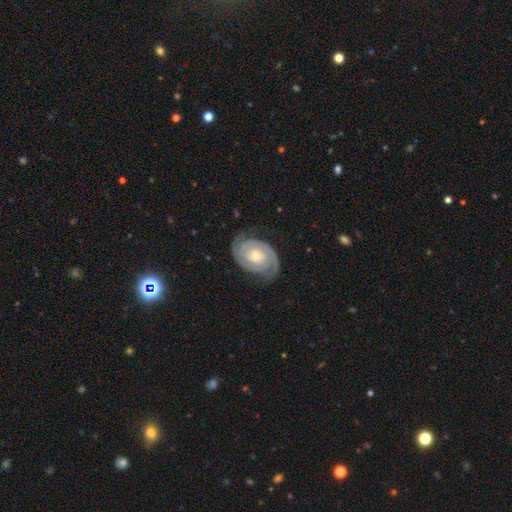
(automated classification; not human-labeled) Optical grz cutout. It shows a featured or disk galaxy (88%) with no bar (71%), 2 (89%) tight (70%) spiral arms (97%) and a small central bulge (46%). Merging: none (78%).